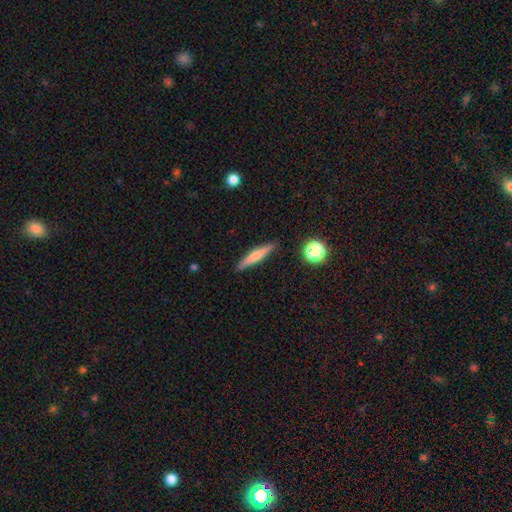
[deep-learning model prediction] Smooth or featured? Predicted: smooth (p=0.52). How rounded? Predicted: cigar-shaped (p=0.91). Merging? Predicted: none (p=0.89).